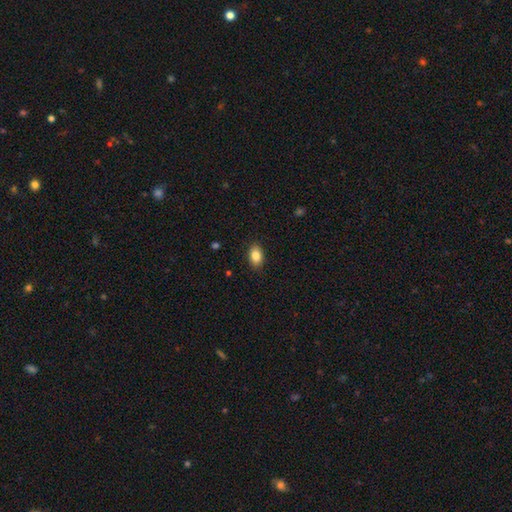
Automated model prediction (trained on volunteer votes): Smooth or featured? smooth (86%)
How rounded? in between (87%)
Merging? none (88%)